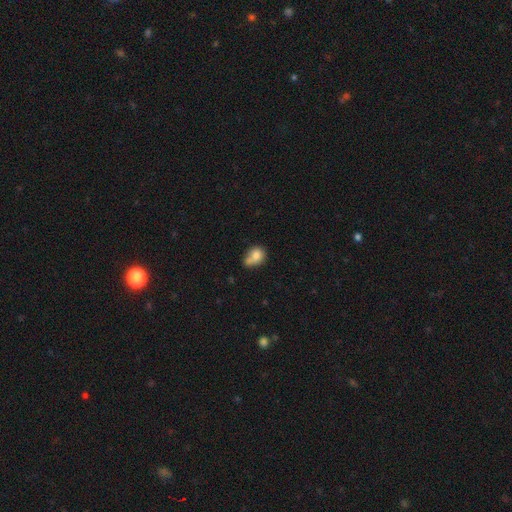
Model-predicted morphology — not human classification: smooth-or-featured: smooth: 77% | featured or disk: 14% | star or artifact: 10%
  how-rounded: round: 53% | in between: 46% | cigar-shaped: 1%
  merging: merger: 37% | none: 34% | minor disturbance: 21% | major disturbance: 8%